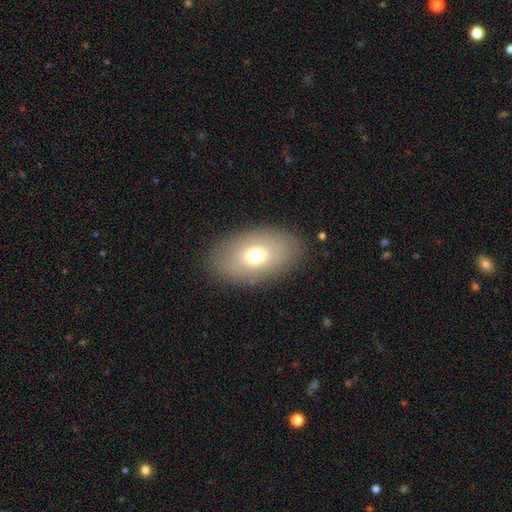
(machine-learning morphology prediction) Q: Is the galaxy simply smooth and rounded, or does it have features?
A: smooth — 66%.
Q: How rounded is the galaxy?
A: in between — 88%.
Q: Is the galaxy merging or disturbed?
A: none — 86%.